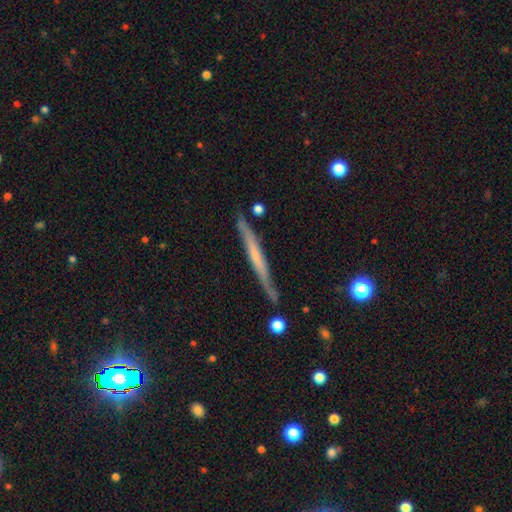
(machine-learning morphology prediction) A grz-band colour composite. It shows a featured or disk galaxy (57%) viewed edge-on (95%) with no central bulge (75%). Merging: none (82%).